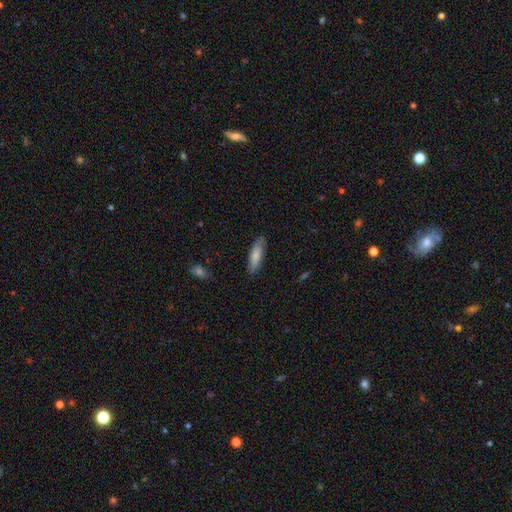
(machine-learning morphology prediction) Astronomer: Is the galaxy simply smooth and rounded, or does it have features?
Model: smooth — 80%.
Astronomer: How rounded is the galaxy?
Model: cigar-shaped — 60% (runner-up: in between, 39%).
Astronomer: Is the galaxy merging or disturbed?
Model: none — 83%.